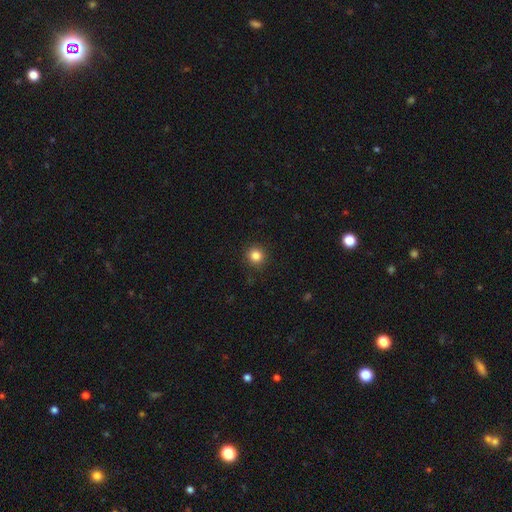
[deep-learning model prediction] This is clearly a smooth galaxy (84%). How rounded: clearly round (92%). Merging: clearly none (90%).